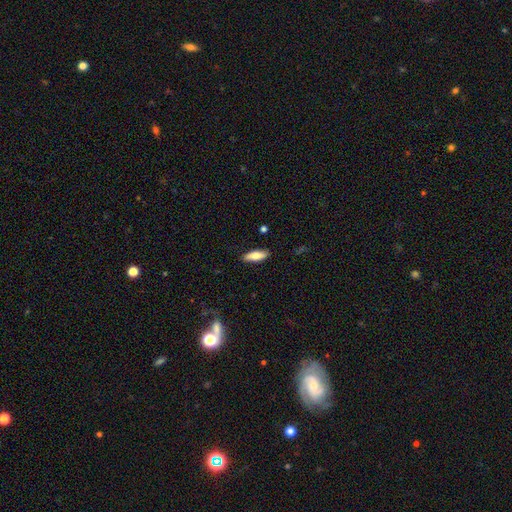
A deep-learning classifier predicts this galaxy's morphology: This appears to be a smooth galaxy with no disk features (76%) that is in between round and cigar-shaped (56%). Merging: none (88%).